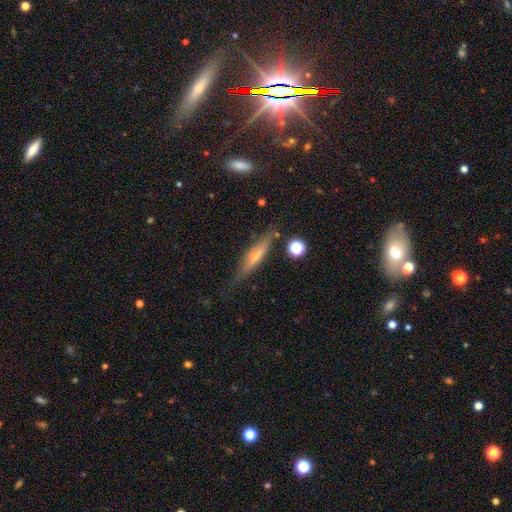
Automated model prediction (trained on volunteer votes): Morphology: type=featured or disk (57%); edge-on=yes (92%); edge-on bulge=rounded (58%); merging=none (77%).